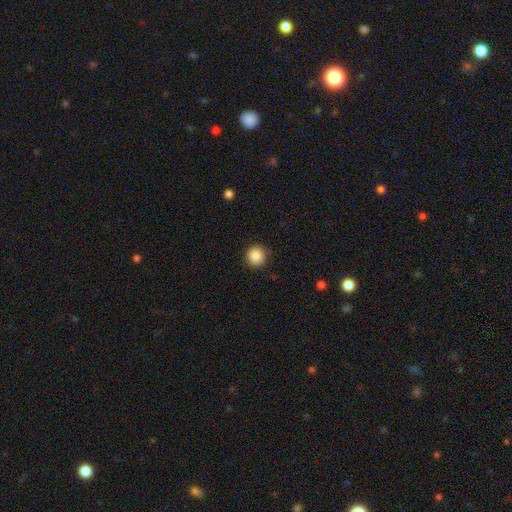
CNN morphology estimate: Smooth or featured? Predicted: smooth (p=0.88). How rounded? Predicted: round (p=0.92). Merging? Predicted: none (p=0.90).